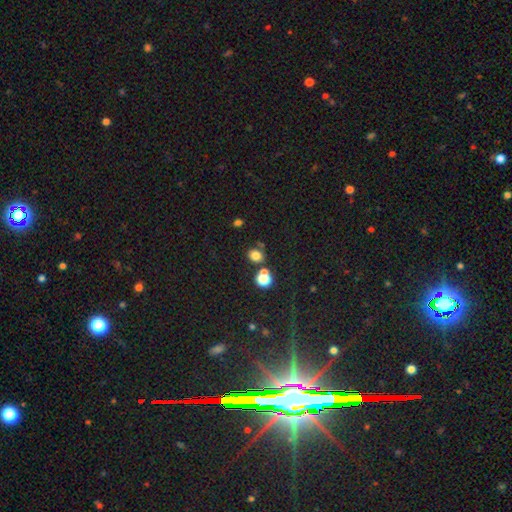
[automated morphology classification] Smooth or featured: smooth — 76% (star or artifact — 17%)
How rounded: round — 63% (in between — 36%)
Merging: none — 65% (merger — 21%)